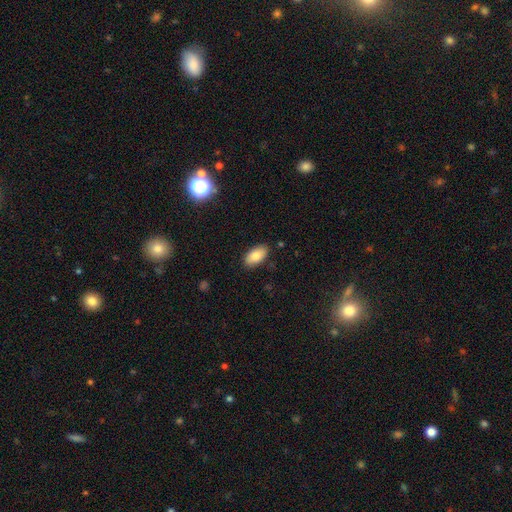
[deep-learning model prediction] Smooth or featured? smooth (83%)
How rounded? in between (94%)
Merging? none (85%)